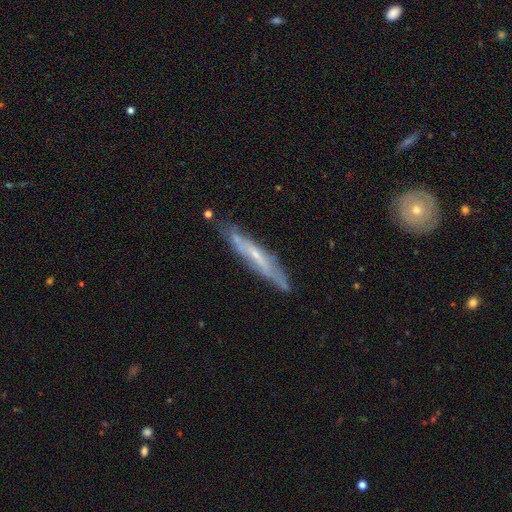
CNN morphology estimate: The model was most divided on "edge-on bulge": none: 56%, rounded: 38%, boxy: 6%. More confident: edge-on disk — yes (77%); merging — none (77%); smooth or featured — featured or disk (65%).